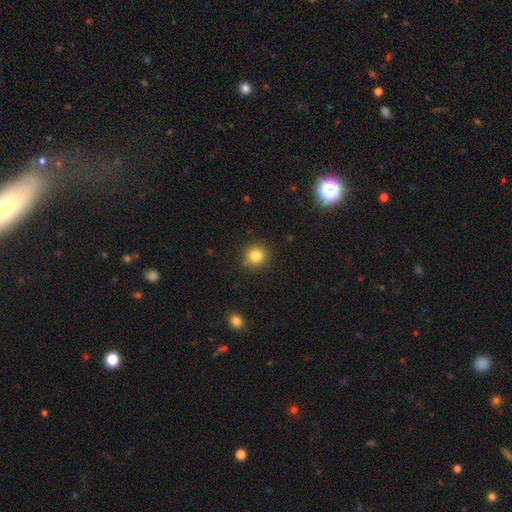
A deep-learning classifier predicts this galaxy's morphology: This appears to be a smooth galaxy with no disk features (83%) that is round (92%). Merging: none (88%).